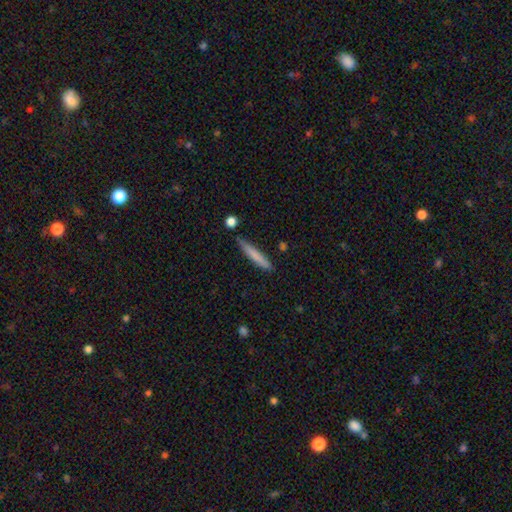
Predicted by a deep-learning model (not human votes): A smooth galaxy with no disk features (75%) that is cigar-shaped (94%).

Vote fractions:
- Smooth or featured? smooth: 75% / featured or disk: 19% / star or artifact: 6%
- How rounded? cigar-shaped: 94% / in between: 5% / round: 1%
- Merging? none: 78% / minor disturbance: 15% / merger: 4% / major disturbance: 3%